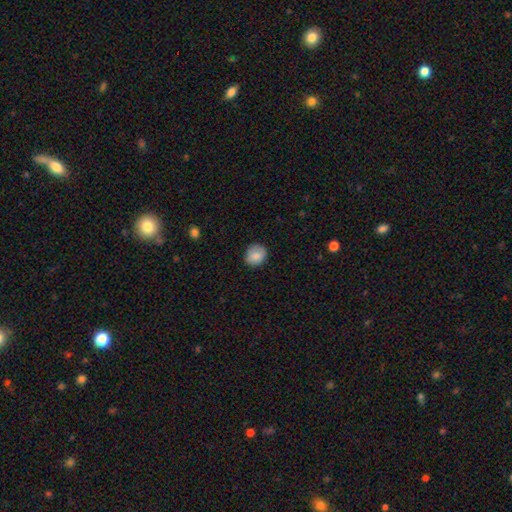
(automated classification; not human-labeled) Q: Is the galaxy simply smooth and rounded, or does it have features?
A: smooth — 85%.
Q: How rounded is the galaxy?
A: round — 78%.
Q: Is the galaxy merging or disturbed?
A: none — 83%.